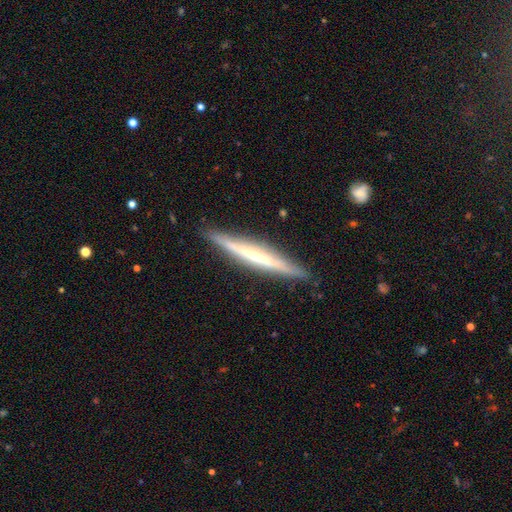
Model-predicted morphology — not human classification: This is likely a featured or disk galaxy (66%). It is clearly viewed edge-on (96%). Edge-on bulge: possibly none (56%). Merging: clearly none (89%).